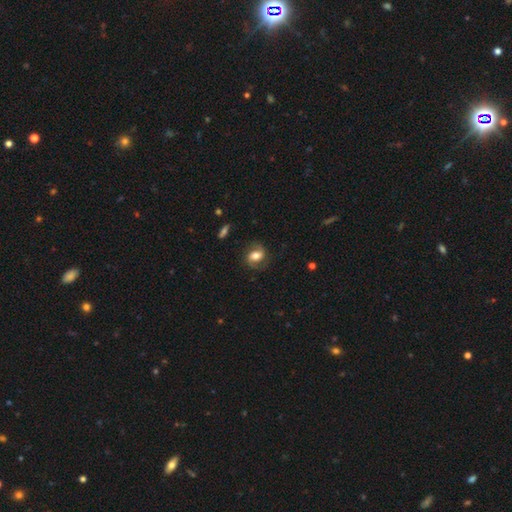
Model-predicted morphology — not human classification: Smooth or featured: featured or disk — 61% (smooth — 31%)
Edge-on disk: no — 96% (yes — 4%)
Bar: weak — 40% (no — 36%)
Spiral arms: yes — 89% (no — 11%)
Spiral winding: medium — 46% (loose — 33%)
Spiral arm count: 2 — 88% (can't tell — 5%)
Bulge size: moderate — 57% (large — 28%)
Merging: none — 75% (minor disturbance — 16%)